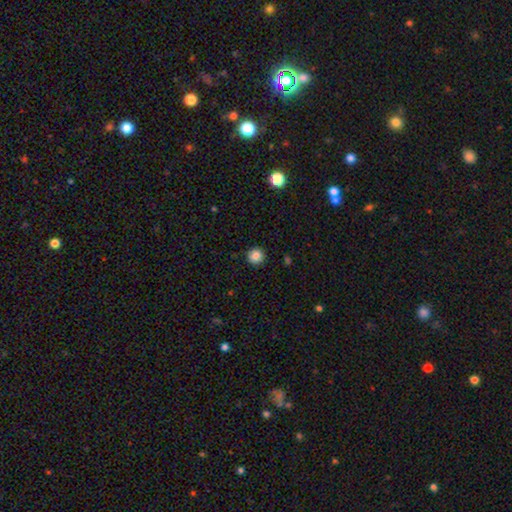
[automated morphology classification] A smooth galaxy with no disk features (86%) that is round (94%). Merging: none (91%).